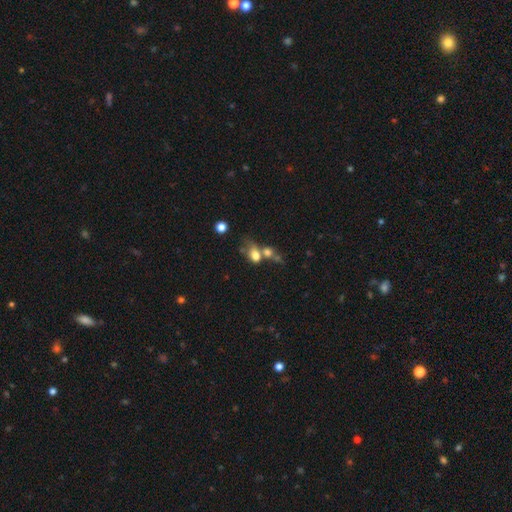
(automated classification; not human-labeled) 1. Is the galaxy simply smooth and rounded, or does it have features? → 70% smooth, 18% featured or disk, 12% star or artifact.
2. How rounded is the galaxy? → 64% in between, 33% round, 3% cigar-shaped.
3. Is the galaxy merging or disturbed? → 57% merger, 20% none, 13% major disturbance, 10% minor disturbance.